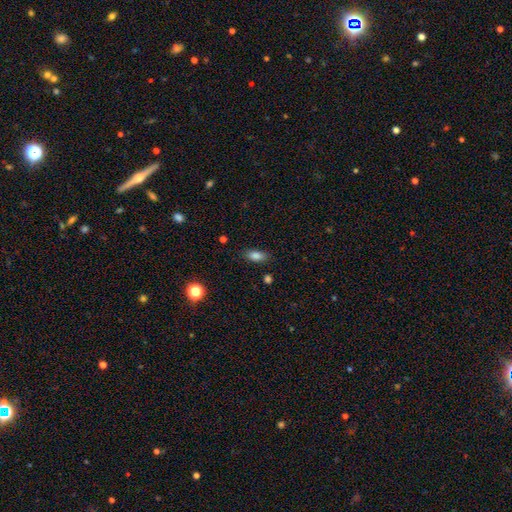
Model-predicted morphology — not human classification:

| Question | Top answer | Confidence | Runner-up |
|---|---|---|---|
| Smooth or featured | smooth | 83% | star or artifact (10%) |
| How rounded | in between | 85% | cigar-shaped (9%) |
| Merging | none | 83% | minor disturbance (12%) |